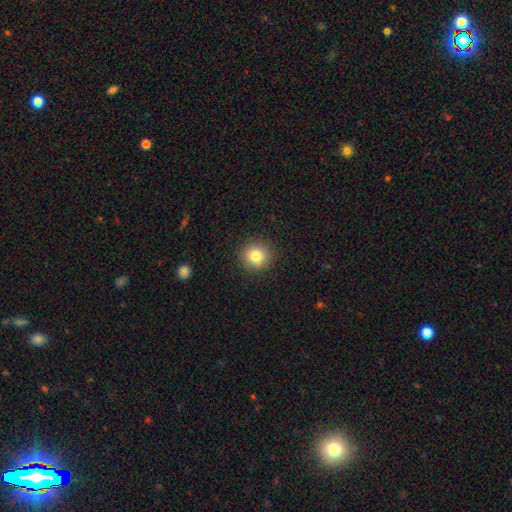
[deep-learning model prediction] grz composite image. It shows a smooth galaxy with no disk features (81%) that is round (93%). Merging: none (91%).